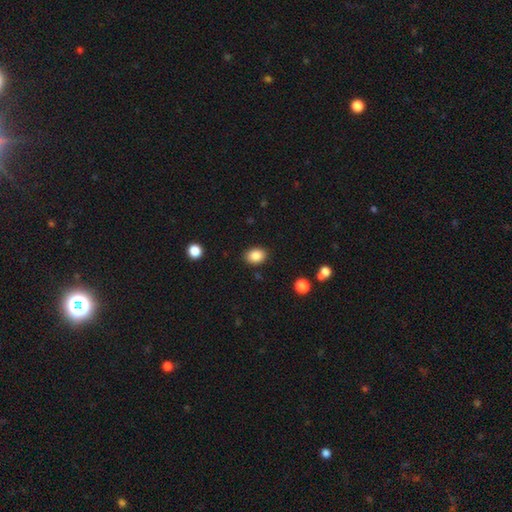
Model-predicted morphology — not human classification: type=smooth (87%); roundness=in between (70%); merging=none (87%).